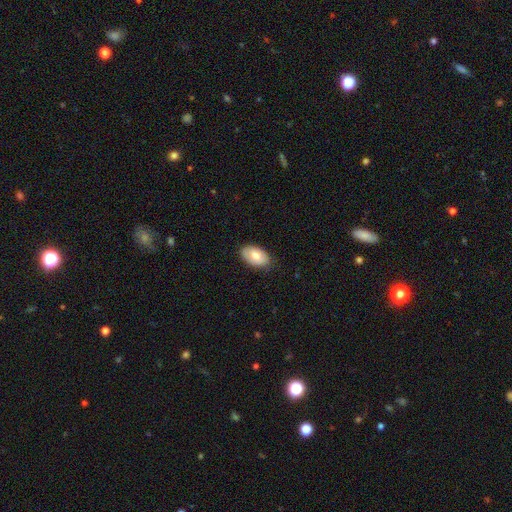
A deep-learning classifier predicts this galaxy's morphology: Smooth or featured: smooth — 69% (featured or disk — 25%)
How rounded: in between — 93% (round — 6%)
Merging: none — 82% (minor disturbance — 14%)